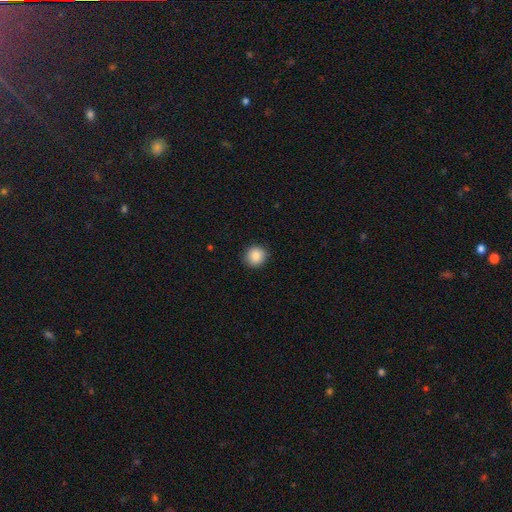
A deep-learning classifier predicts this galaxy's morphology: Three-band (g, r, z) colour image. It shows a smooth galaxy with no disk features (86%) that is round (91%). Merging: none (90%).